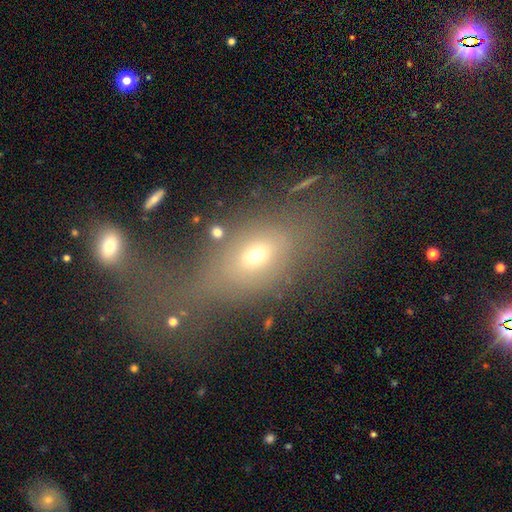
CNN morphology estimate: This is possibly a smooth galaxy (55%). How rounded: likely in between (72%). Merging: marginally major disturbance (31%).